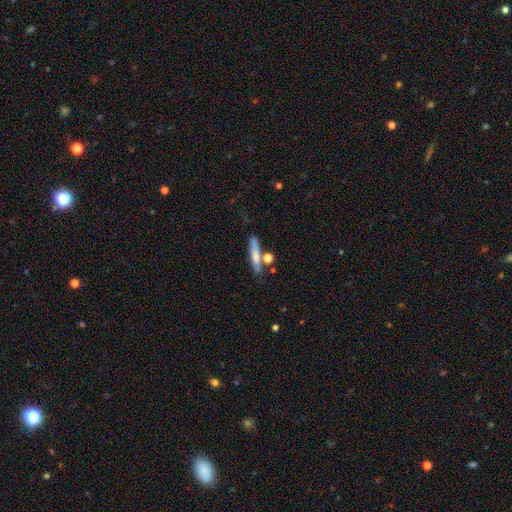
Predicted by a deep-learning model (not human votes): This appears to be a smooth galaxy with no disk features (67%) that is cigar-shaped (79%). Merging: none (62%).